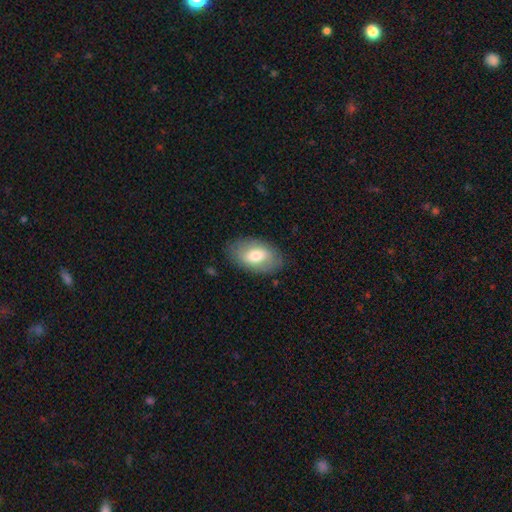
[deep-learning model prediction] This is likely a smooth galaxy (64%). How rounded: clearly in between (92%). Merging: clearly none (83%).